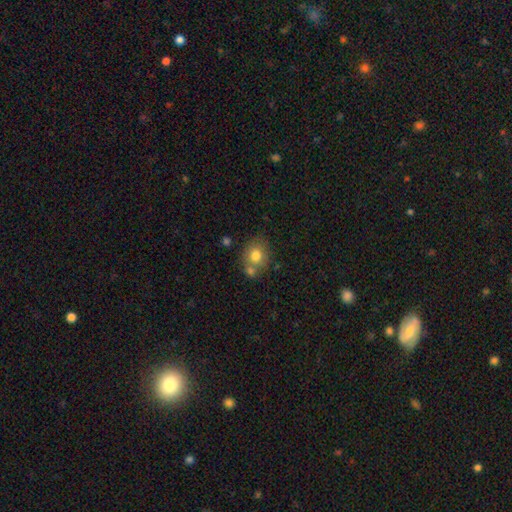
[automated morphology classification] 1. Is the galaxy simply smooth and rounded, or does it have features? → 76% smooth, 15% featured or disk, 10% star or artifact.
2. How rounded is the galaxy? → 63% round, 36% in between, 1% cigar-shaped.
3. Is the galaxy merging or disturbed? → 56% none, 26% merger, 14% minor disturbance, 4% major disturbance.